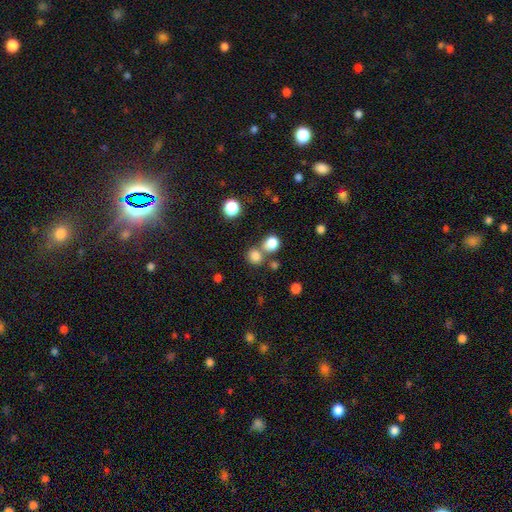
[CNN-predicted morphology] Overall: smooth (80%). How rounded: round (80%). Merging: none (57%; merger 32%).